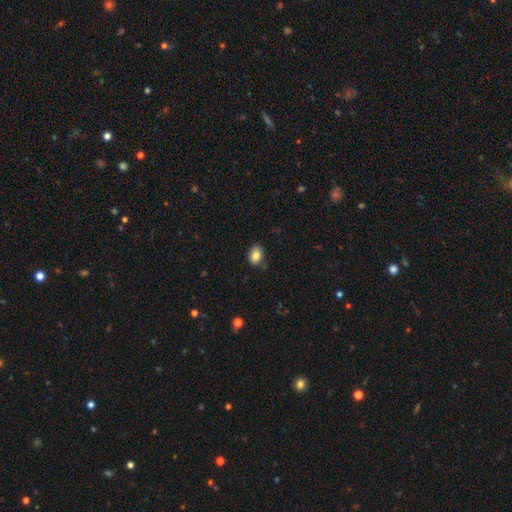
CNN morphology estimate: A smooth galaxy with no disk features (83%) that is in between round and cigar-shaped (79%). Merging: none (76%).